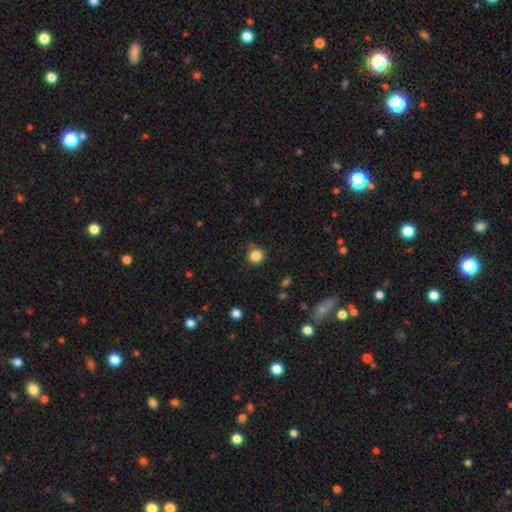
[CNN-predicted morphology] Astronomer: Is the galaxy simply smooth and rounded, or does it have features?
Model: smooth — 84%.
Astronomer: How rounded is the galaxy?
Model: round — 91%.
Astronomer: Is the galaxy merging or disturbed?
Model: none — 84%.